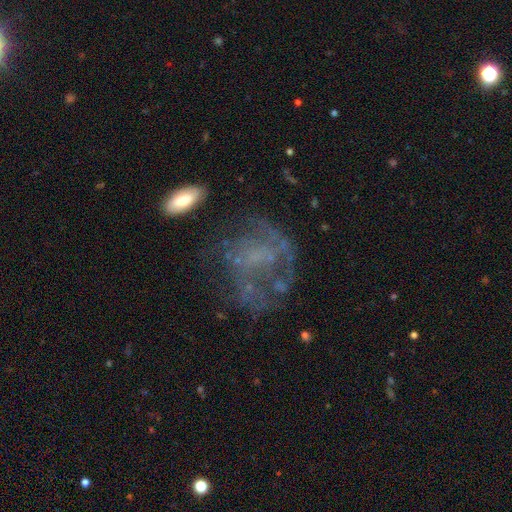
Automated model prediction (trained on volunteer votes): smooth-or-featured: featured or disk: 60% | smooth: 21% | star or artifact: 19%
  disk-edge-on: no: 97% | yes: 3%
    bar: no: 81% | weak: 14% | strong: 5%
    has-spiral-arms: no: 64% | yes: 36%
    bulge-size: none: 69% | small: 20% | moderate: 7% | large: 2% | dominant: 1%
  merging: none: 46% | major disturbance: 30% | minor disturbance: 18% | merger: 5%